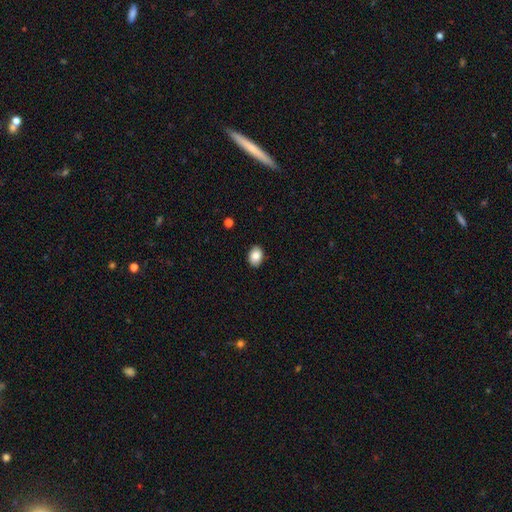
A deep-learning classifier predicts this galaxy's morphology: Smooth or featured? Predicted: smooth (p=0.86). How rounded? Predicted: in between (p=0.72). Merging? Predicted: none (p=0.89).